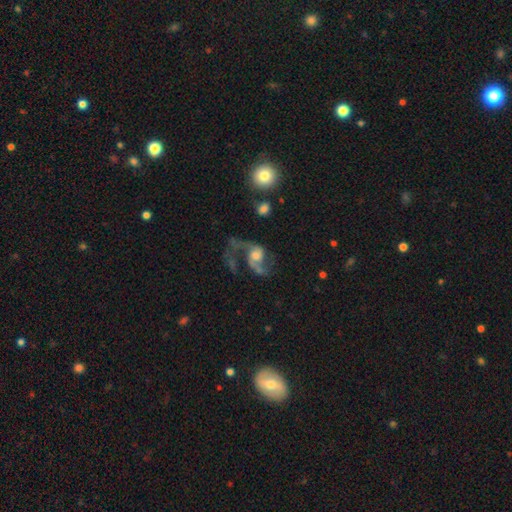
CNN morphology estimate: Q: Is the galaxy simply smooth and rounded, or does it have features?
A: featured or disk — 82%.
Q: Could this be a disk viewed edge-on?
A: no — 97%.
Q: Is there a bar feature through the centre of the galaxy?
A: no — 64%.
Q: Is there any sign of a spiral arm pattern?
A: yes — 93%.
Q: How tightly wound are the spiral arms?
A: loose — 67%.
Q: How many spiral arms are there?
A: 2 — 85%.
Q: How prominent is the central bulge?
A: moderate — 49%.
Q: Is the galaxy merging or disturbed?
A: none — 42%.